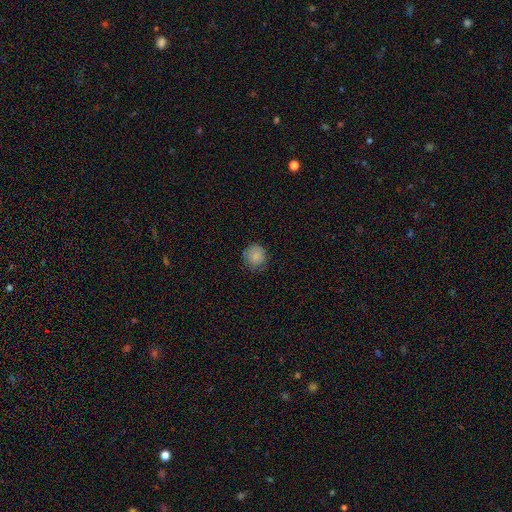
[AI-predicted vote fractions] Smooth or featured? Predicted: smooth (p=0.85). How rounded? Predicted: round (p=0.89). Merging? Predicted: none (p=0.76).